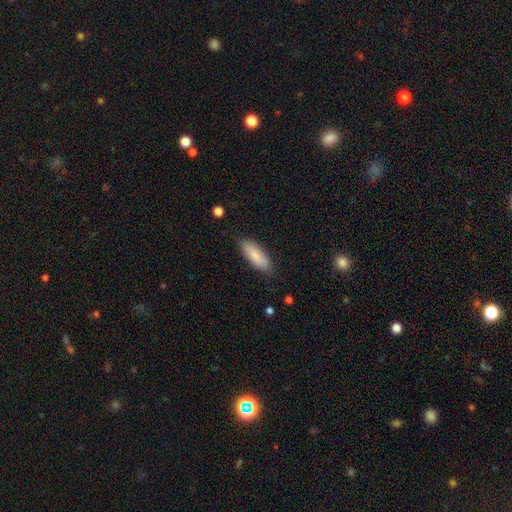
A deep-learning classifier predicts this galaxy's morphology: A smooth galaxy with no disk features (84%) that is in between round and cigar-shaped (66%). Merging: none (81%).